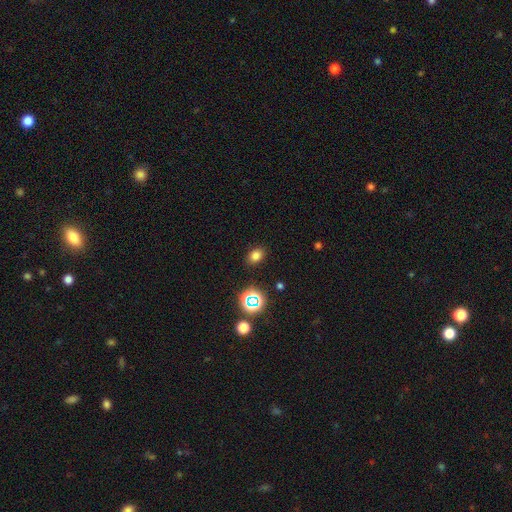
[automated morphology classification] This appears to be a smooth galaxy with no disk features (76%) that is in between round and cigar-shaped (67%). Merging: none (87%).